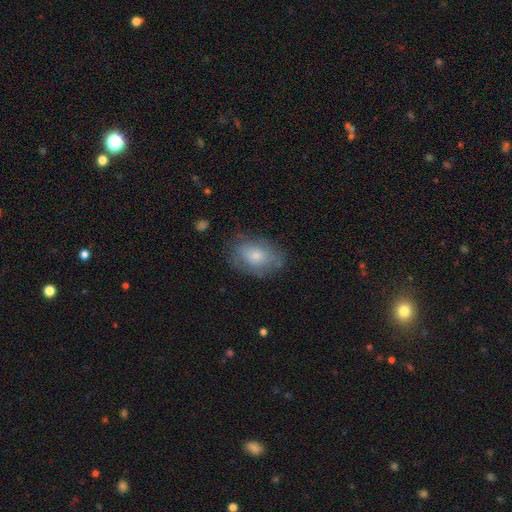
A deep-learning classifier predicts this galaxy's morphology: smooth 63%, featured or disk 29%, star or artifact 8%. Down the decision tree: how rounded — in between (79%); merging — none (69%).